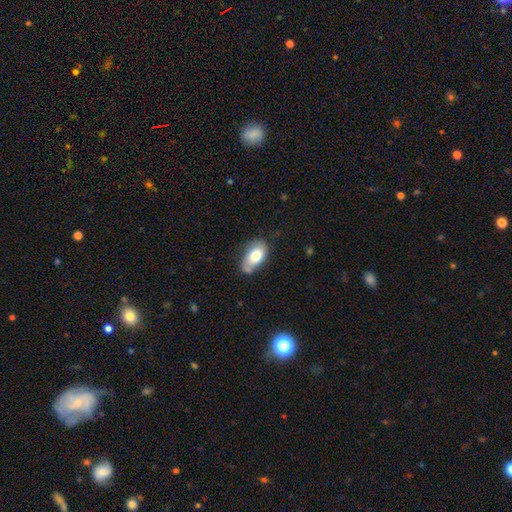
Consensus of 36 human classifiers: Smooth or featured: smooth — 81% (featured or disk — 14%)
How rounded: in between — 83% (round — 14%)
Merging: minor disturbance — 38% (none — 29%)